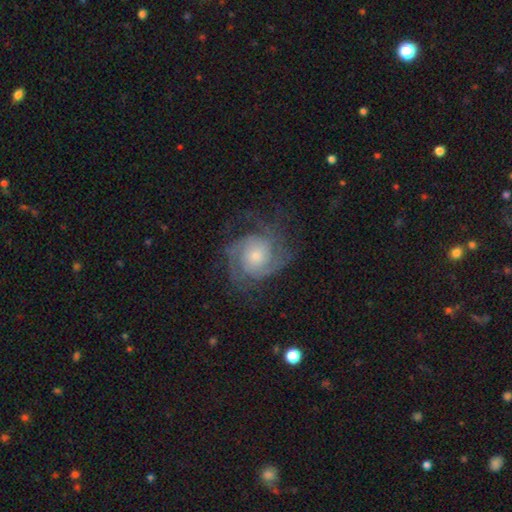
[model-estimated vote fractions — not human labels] Smooth or featured?
  - featured or disk: 82% *
  - smooth: 13%
  - star or artifact: 6%
Edge-on disk?
  - no: 98% *
  - yes: 2%
Bar?
  - no: 74% *
  - weak: 22%
  - strong: 4%
Spiral arms?
  - yes: 95% *
  - no: 5%
Spiral winding?
  - tight: 47% *
  - medium: 40%
  - loose: 13%
Spiral arm count?
  - 2: 37% *
  - 3: 24%
  - can't tell: 21%
  - 4: 7%
  - 1: 6%
  - more than 4: 5%
Bulge size?
  - small: 49% *
  - moderate: 39%
  - large: 8%
  - none: 3%
  - dominant: 2%
Merging?
  - none: 63% *
  - minor disturbance: 19%
  - major disturbance: 17%
  - merger: 1%